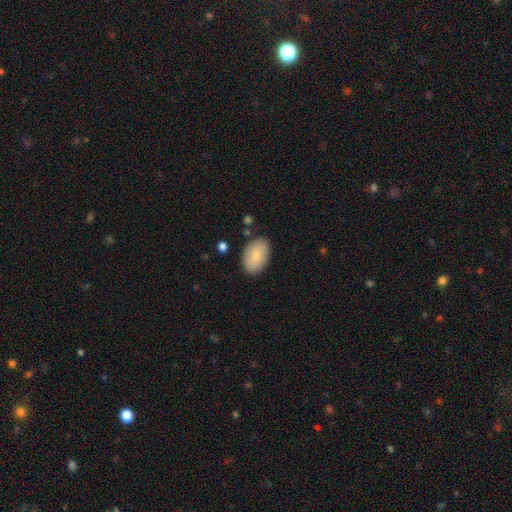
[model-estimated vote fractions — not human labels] smooth-or-featured: smooth: 82% | featured or disk: 12% | star or artifact: 6%
  how-rounded: in between: 91% | round: 7% | cigar-shaped: 1%
  merging: none: 85% | minor disturbance: 11% | major disturbance: 2% | merger: 2%